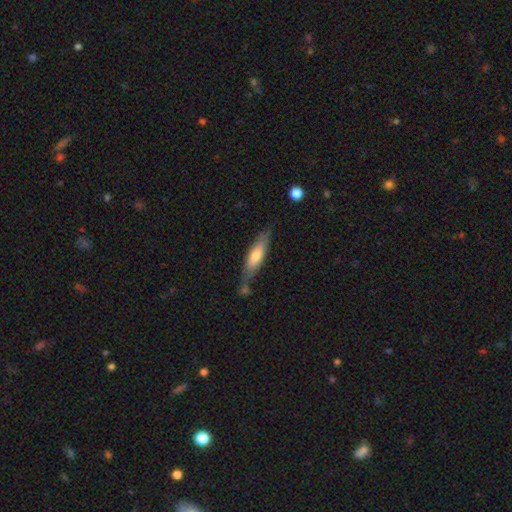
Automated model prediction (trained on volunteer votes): smooth-or-featured: smooth: 60% | featured or disk: 34% | star or artifact: 6%
  how-rounded: cigar-shaped: 68% | in between: 30% | round: 2%
  merging: none: 67% | minor disturbance: 20% | merger: 8% | major disturbance: 5%